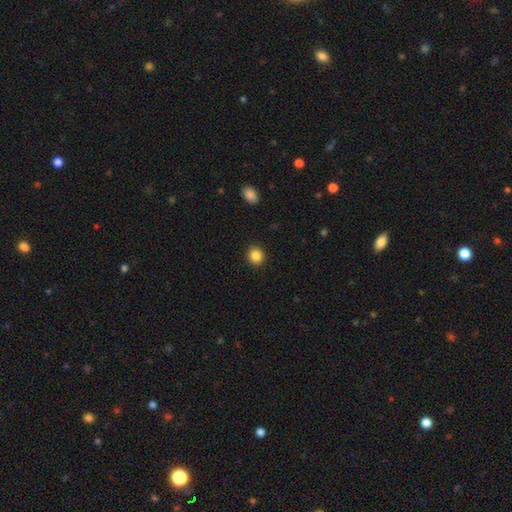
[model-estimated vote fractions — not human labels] Q: Smooth or featured?
A: smooth (86%); runner-up: star or artifact (10%)
Q: How rounded?
A: round (82%); runner-up: in between (17%)
Q: Merging?
A: none (92%); runner-up: minor disturbance (5%)